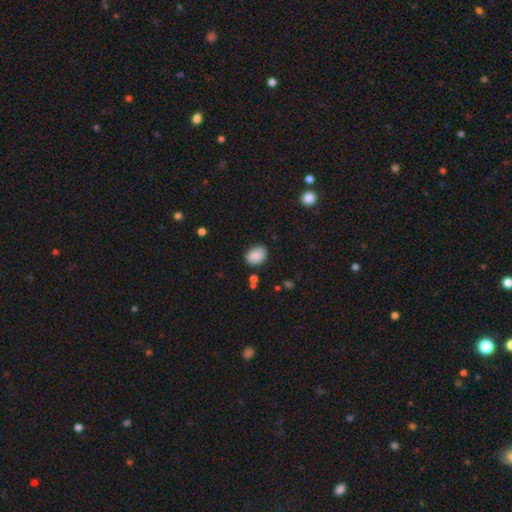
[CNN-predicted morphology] smooth_or_featured: smooth (p=0.88) [alt: star or artifact p=0.08]
how_rounded: in between (p=0.76) [alt: round p=0.23]
merging: none (p=0.77) [alt: minor disturbance p=0.16]